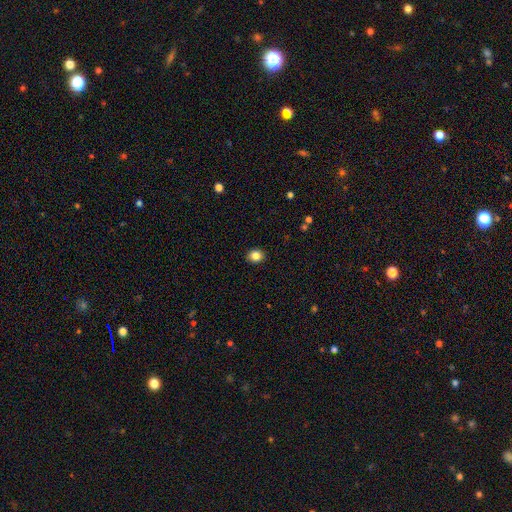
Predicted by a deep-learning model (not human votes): smooth_or_featured: smooth (p=0.85) [alt: star or artifact p=0.10]
how_rounded: round (p=0.72) [alt: in between p=0.27]
merging: none (p=0.91) [alt: minor disturbance p=0.06]